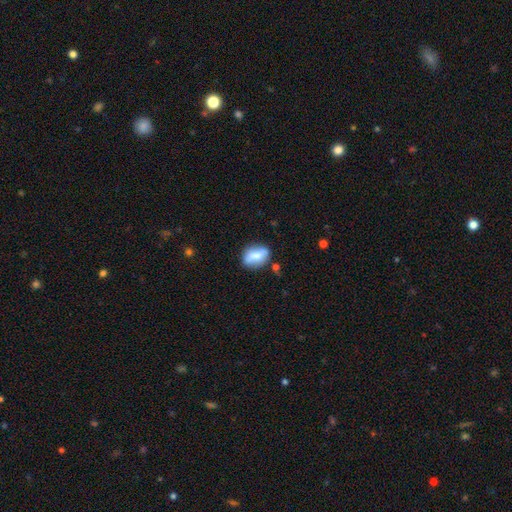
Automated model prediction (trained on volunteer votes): A smooth galaxy with no disk features (63%) that is in between round and cigar-shaped (71%). Merging: none (70%).